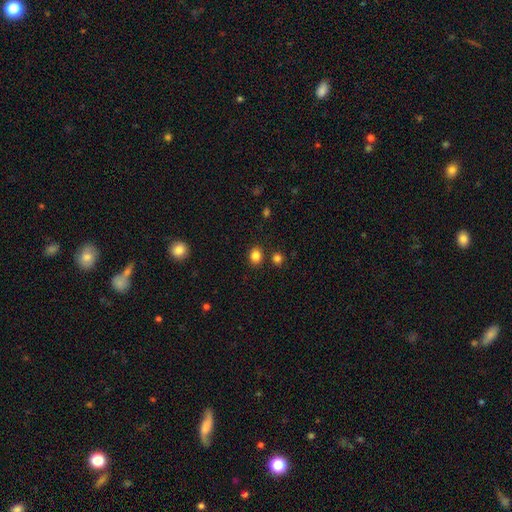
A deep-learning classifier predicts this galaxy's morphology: Q: Smooth or featured?
A: smooth (84%); runner-up: star or artifact (12%)
Q: How rounded?
A: round (59%); runner-up: in between (40%)
Q: Merging?
A: none (83%); runner-up: minor disturbance (8%)